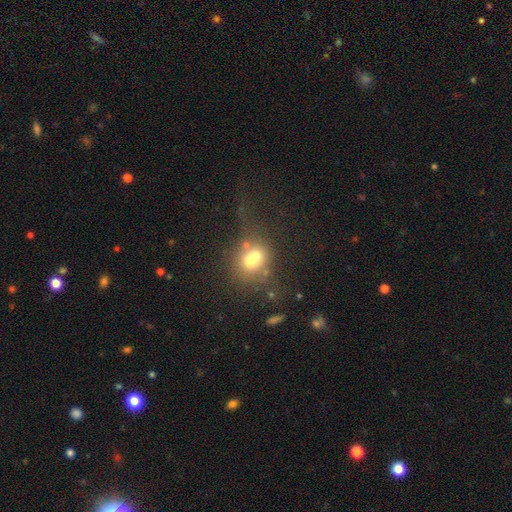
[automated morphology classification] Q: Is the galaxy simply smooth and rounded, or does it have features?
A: smooth — 59%.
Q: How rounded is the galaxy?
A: round — 74%.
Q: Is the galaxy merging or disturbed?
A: merger — 52%.